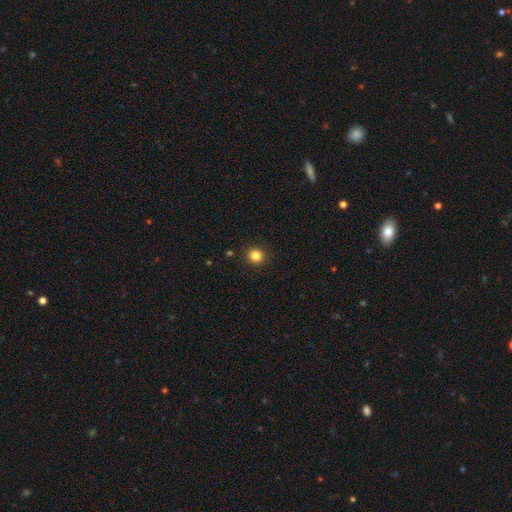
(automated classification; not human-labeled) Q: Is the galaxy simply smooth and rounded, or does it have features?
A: smooth — 84%.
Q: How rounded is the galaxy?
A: round — 92%.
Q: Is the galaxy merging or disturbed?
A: none — 92%.